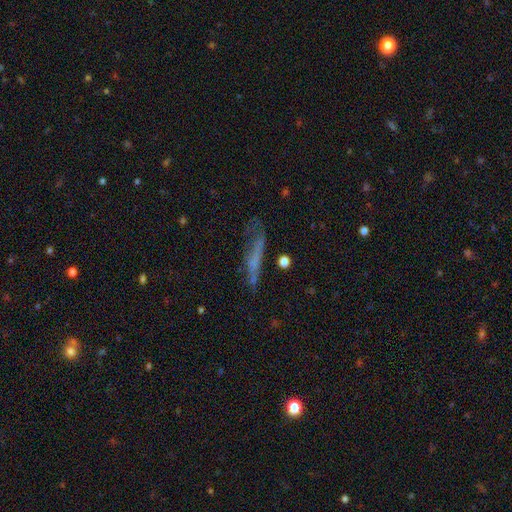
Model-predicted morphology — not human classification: Smooth or featured? Predicted: smooth (p=0.46). Merging? Predicted: none (p=0.53).